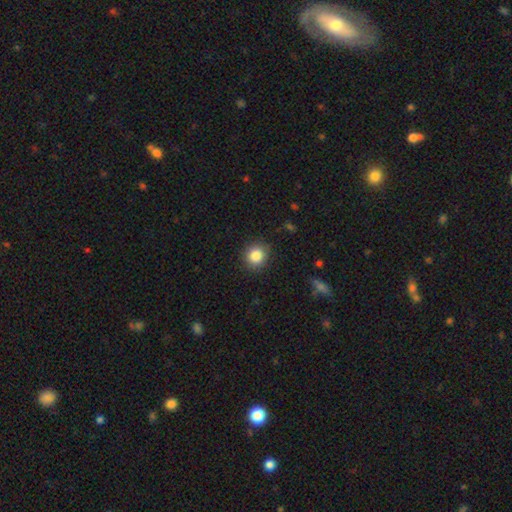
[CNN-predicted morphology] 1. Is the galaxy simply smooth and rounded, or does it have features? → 85% smooth, 10% star or artifact, 5% featured or disk.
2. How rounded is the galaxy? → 89% round, 10% in between, 1% cigar-shaped.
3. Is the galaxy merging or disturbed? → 89% none, 8% minor disturbance, 2% major disturbance, 1% merger.